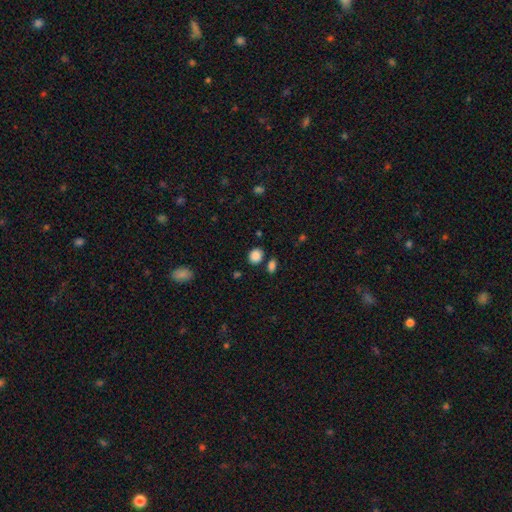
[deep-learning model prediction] This appears to be a smooth galaxy with no disk features (86%) that is round (58%). Merging: none (76%).